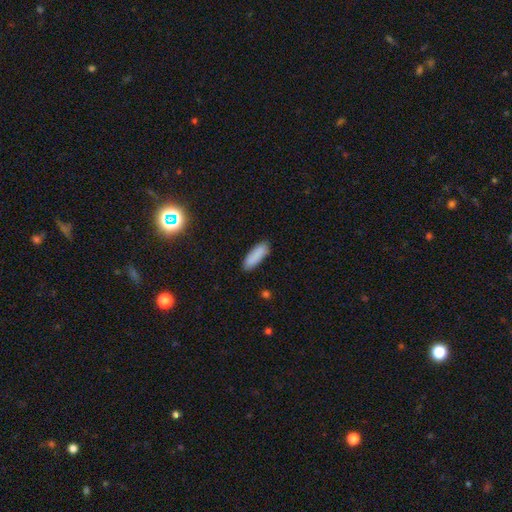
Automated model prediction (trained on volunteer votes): The model was most divided on "how rounded": in between: 59%, cigar-shaped: 40%, round: 2%. More confident: smooth or featured — smooth (88%); merging — none (85%).